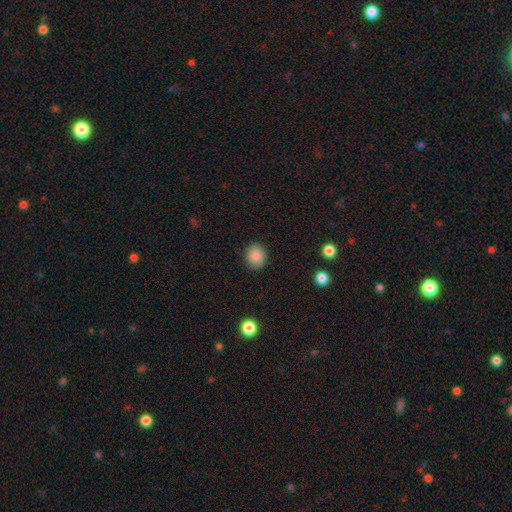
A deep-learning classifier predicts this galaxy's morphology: smooth_or_featured: smooth (p=0.87) [alt: star or artifact p=0.09]
how_rounded: round (p=0.78) [alt: in between p=0.21]
merging: none (p=0.89) [alt: minor disturbance p=0.07]